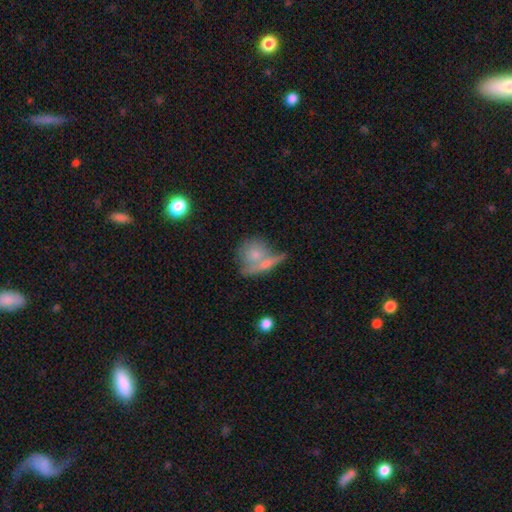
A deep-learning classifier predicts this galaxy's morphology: This is possibly a smooth galaxy (59%). How rounded: likely round (72%). Merging: marginally none (41%).